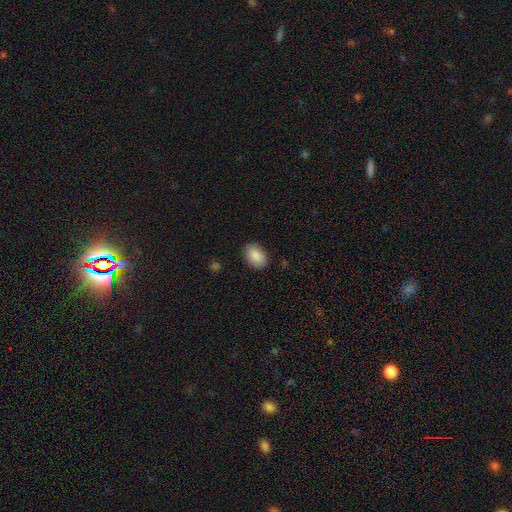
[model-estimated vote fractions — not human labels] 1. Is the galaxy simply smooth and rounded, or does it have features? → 89% smooth, 7% star or artifact, 5% featured or disk.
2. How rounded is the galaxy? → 87% in between, 12% round, 1% cigar-shaped.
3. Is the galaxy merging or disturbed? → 87% none, 10% minor disturbance, 2% major disturbance, 1% merger.